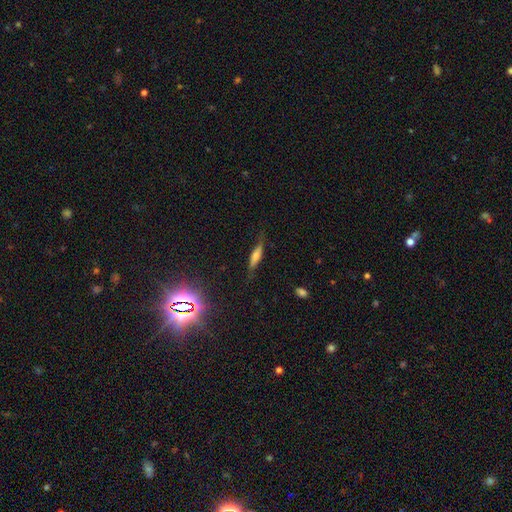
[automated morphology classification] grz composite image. It shows a smooth galaxy with no disk features (52%) that is cigar-shaped (71%). Merging: none (72%).